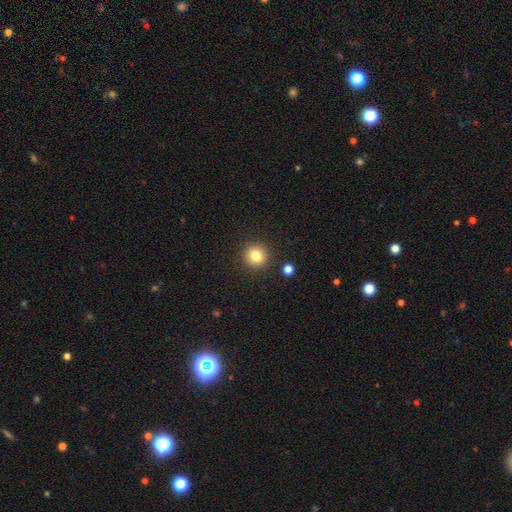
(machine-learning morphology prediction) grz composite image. It shows a smooth galaxy with no disk features (81%) that is round (93%). Merging: none (90%).